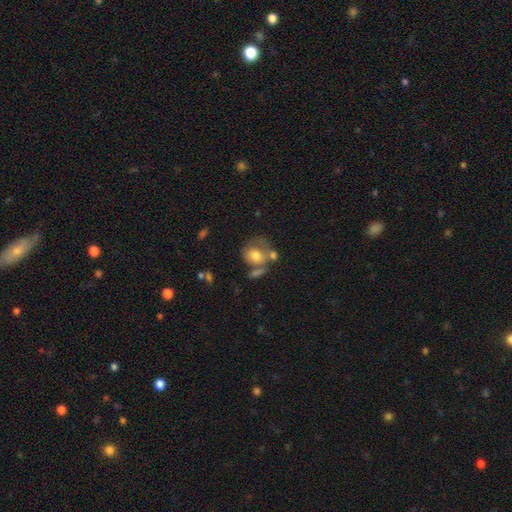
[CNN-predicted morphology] This appears to be a smooth galaxy with no disk features (67%) that is round (59%). Merging: none (35%).